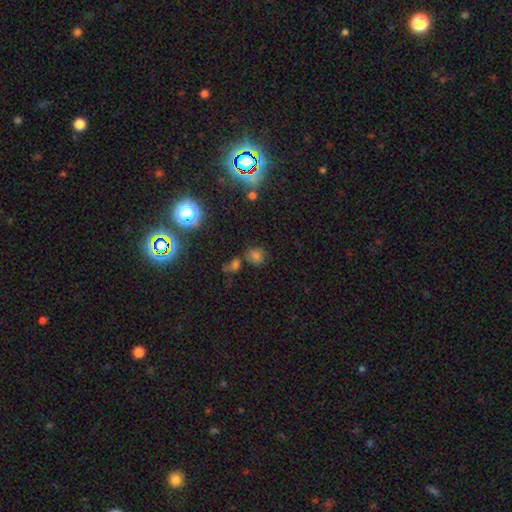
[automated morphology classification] Smooth or featured?
  - smooth: 60% *
  - star or artifact: 31%
  - featured or disk: 9%
How rounded?
  - round: 77% *
  - in between: 21%
  - cigar-shaped: 2%
Merging?
  - none: 68% *
  - merger: 15%
  - minor disturbance: 12%
  - major disturbance: 5%